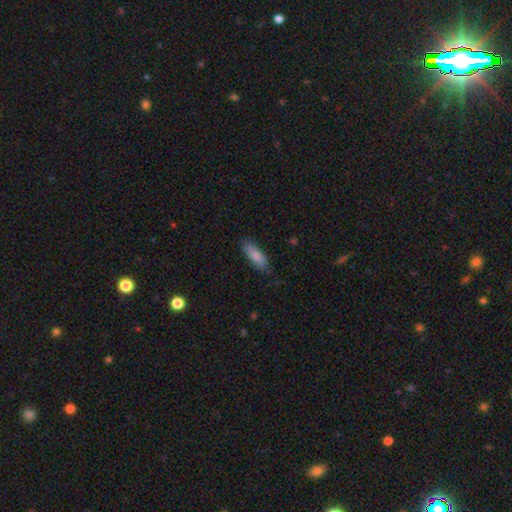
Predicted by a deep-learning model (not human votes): Smooth or featured: smooth — 85% (featured or disk — 9%)
How rounded: in between — 62% (cigar-shaped — 36%)
Merging: none — 80% (minor disturbance — 16%)